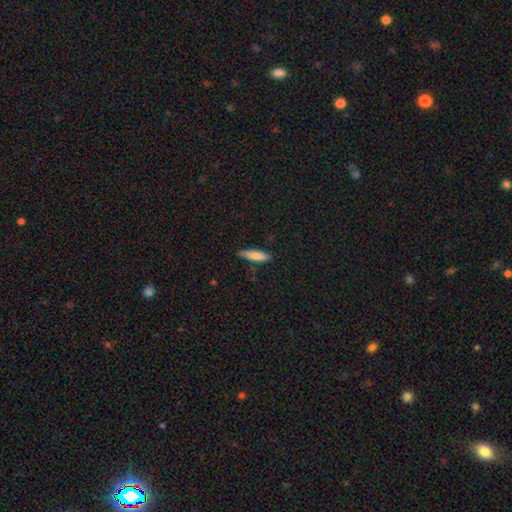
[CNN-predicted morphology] The model was most divided on "how rounded": cigar-shaped: 70%, in between: 28%, round: 2%. More confident: merging — none (82%); smooth or featured — smooth (79%).